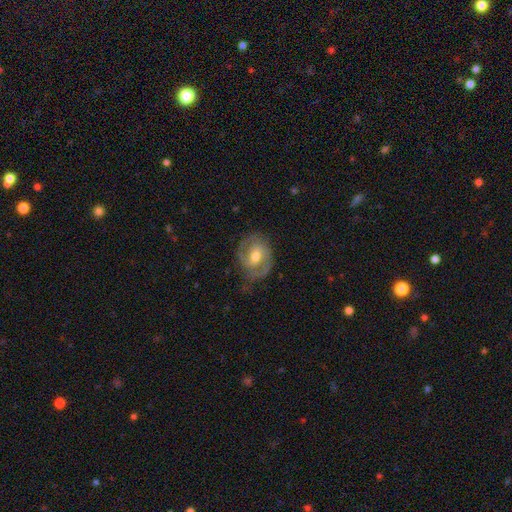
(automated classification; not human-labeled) Smooth or featured? Predicted: featured or disk (p=0.75). Edge-on disk? Predicted: no (p=0.96). Bar? Predicted: weak (p=0.46). Spiral arms? Predicted: yes (p=0.86). Spiral winding? Predicted: medium (p=0.44). Spiral arm count? Predicted: 2 (p=0.78). Bulge size? Predicted: moderate (p=0.67). Merging? Predicted: none (p=0.68).